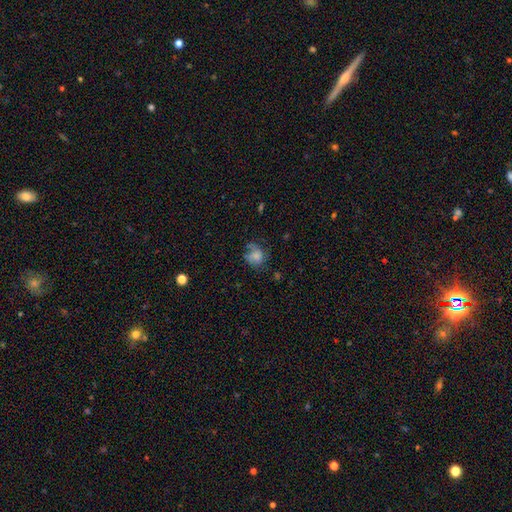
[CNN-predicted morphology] smooth-or-featured: smooth: 64% | featured or disk: 23% | star or artifact: 12%
  how-rounded: round: 64% | in between: 35% | cigar-shaped: 1%
  merging: none: 46% | minor disturbance: 27% | major disturbance: 21% | merger: 7%